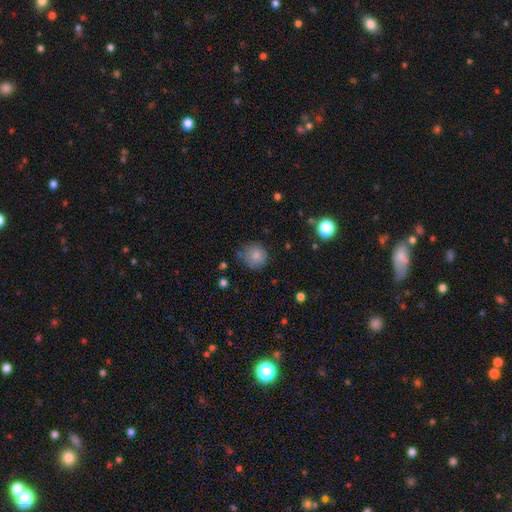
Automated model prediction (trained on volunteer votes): This appears to be a smooth galaxy with no disk features (82%) that is round (91%). Merging: none (72%).